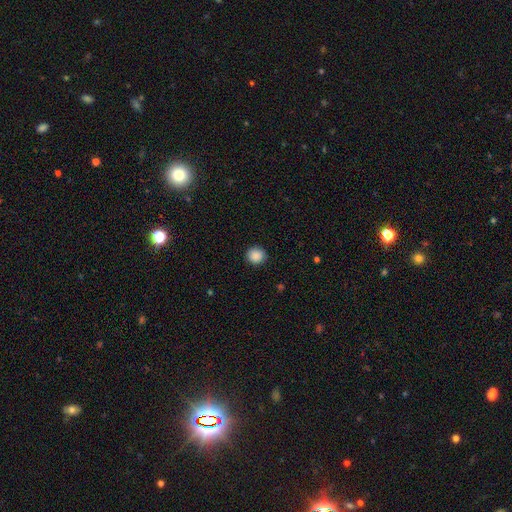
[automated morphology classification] Smooth or featured? Predicted: smooth (p=0.89). How rounded? Predicted: round (p=0.89). Merging? Predicted: none (p=0.91).